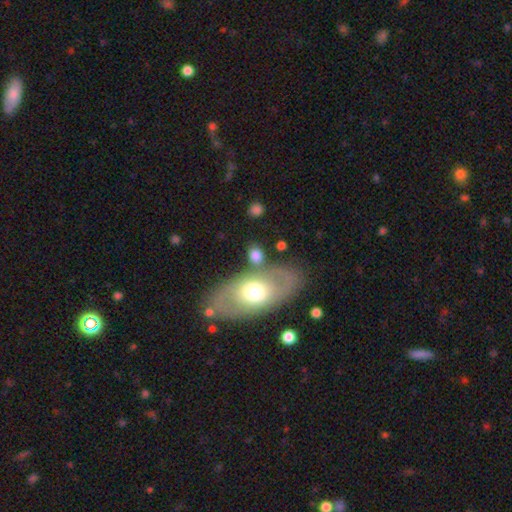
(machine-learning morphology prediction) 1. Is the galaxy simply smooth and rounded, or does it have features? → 65% smooth, 28% featured or disk, 7% star or artifact.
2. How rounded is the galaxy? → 67% in between, 29% round, 4% cigar-shaped.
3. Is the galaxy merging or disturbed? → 67% none, 14% merger, 12% minor disturbance, 6% major disturbance.